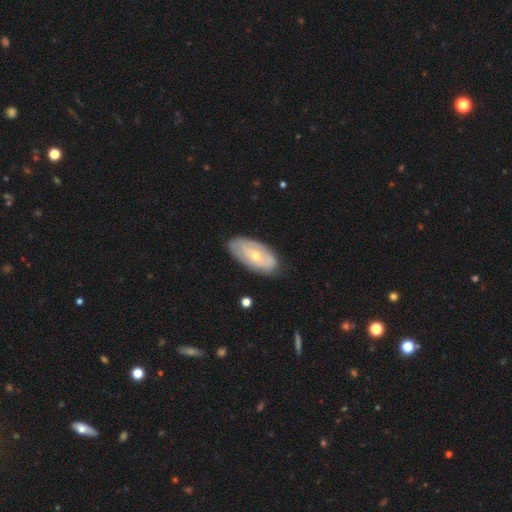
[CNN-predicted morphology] smooth_or_featured: featured or disk (p=0.55) [alt: smooth p=0.40]
disk_edge_on: no (p=0.88) [alt: yes p=0.12]
merging: none (p=0.81) [alt: minor disturbance p=0.14]